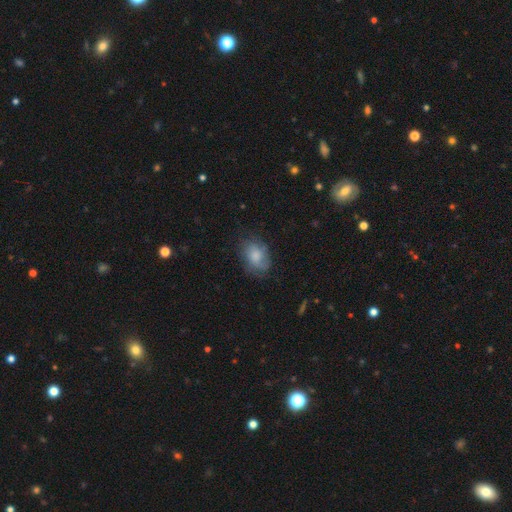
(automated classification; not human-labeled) Q: Smooth or featured?
A: smooth (66%); runner-up: featured or disk (26%)
Q: How rounded?
A: in between (79%); runner-up: round (20%)
Q: Merging?
A: none (65%); runner-up: minor disturbance (24%)